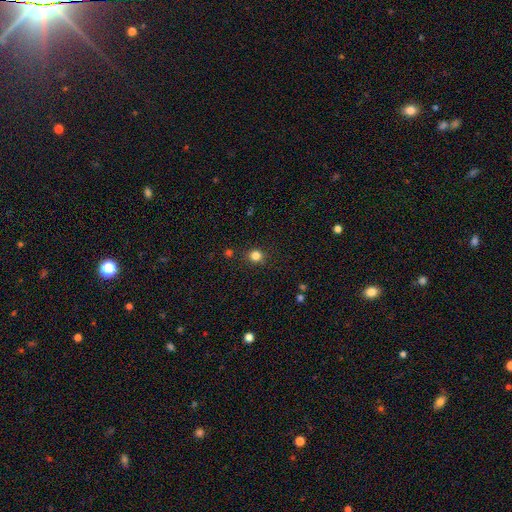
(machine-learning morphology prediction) Smooth or featured: smooth — 82% (star or artifact — 14%)
How rounded: round — 87% (in between — 13%)
Merging: none — 88% (minor disturbance — 8%)